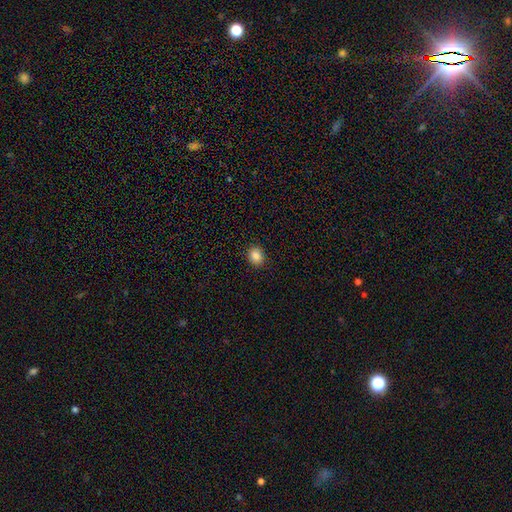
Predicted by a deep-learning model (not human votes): This is clearly a smooth galaxy (85%). How rounded: likely round (62%). Merging: clearly none (91%).